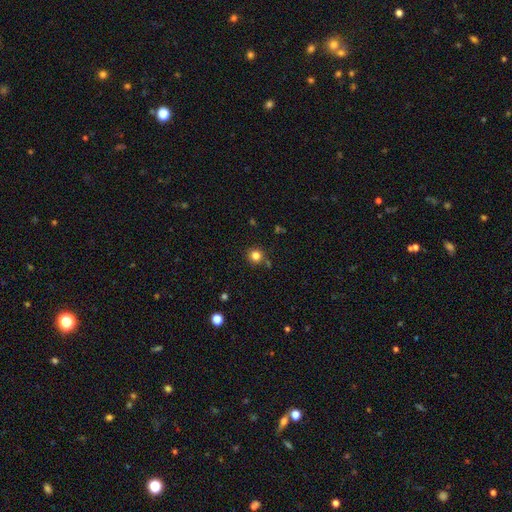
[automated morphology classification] type=smooth (81%); roundness=round (94%); merging=none (85%).